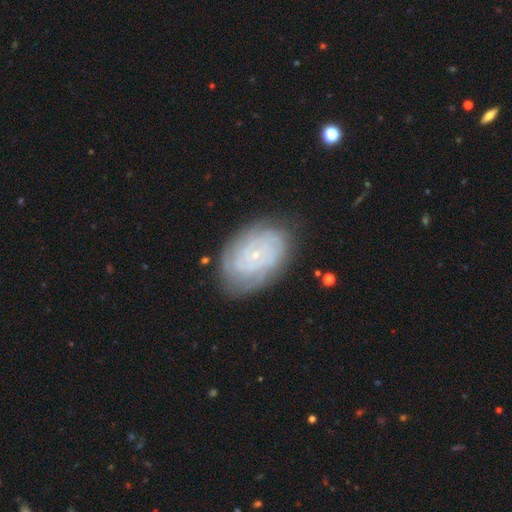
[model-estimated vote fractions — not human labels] Q: Smooth or featured?
A: featured or disk (80%); runner-up: smooth (13%)
Q: Edge-on disk?
A: no (97%); runner-up: yes (3%)
Q: Bar?
A: no (76%); runner-up: weak (19%)
Q: Spiral arms?
A: yes (94%); runner-up: no (6%)
Q: Spiral winding?
A: tight (81%); runner-up: medium (15%)
Q: Spiral arm count?
A: can't tell (40%); runner-up: 2 (16%)
Q: Bulge size?
A: small (86%); runner-up: moderate (10%)
Q: Merging?
A: none (78%); runner-up: minor disturbance (16%)